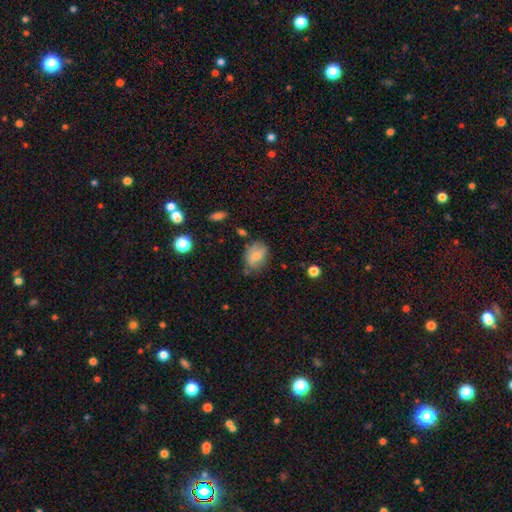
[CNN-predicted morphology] This is likely a smooth galaxy (68%). How rounded: likely in between (75%). Merging: likely none (60%).